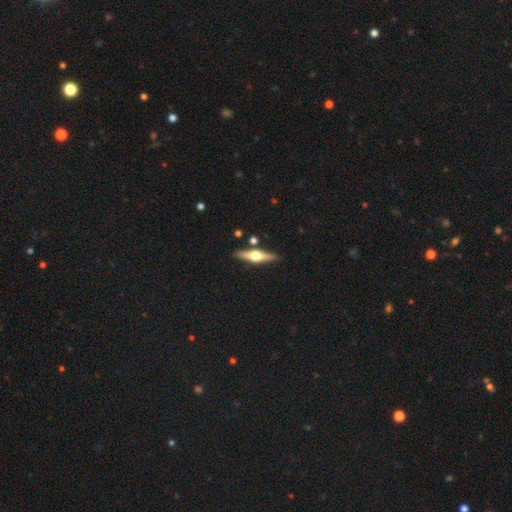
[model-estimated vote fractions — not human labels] featured or disk 72%, smooth 23%, star or artifact 5%. Down the decision tree: edge-on disk — yes (97%); edge-on bulge — rounded (96%); merging — none (87%).